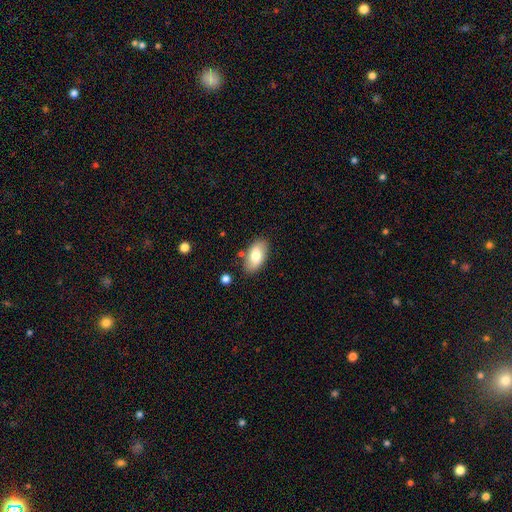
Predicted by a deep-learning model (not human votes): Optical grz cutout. It shows a smooth galaxy with no disk features (75%) that is in between round and cigar-shaped (93%). Merging: none (82%).